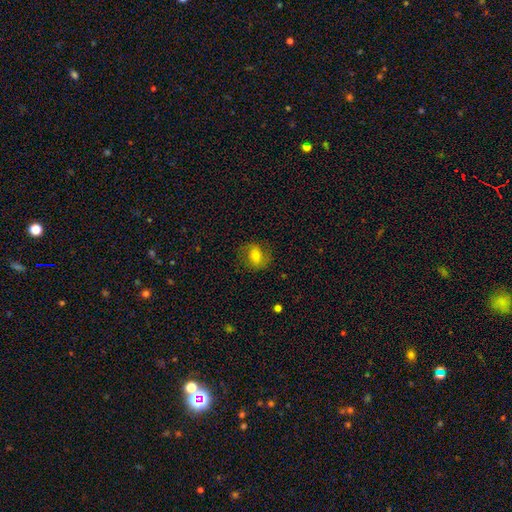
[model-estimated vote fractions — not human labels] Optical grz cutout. It shows a smooth galaxy with no disk features (55%) that is round (56%). Merging: none (77%).